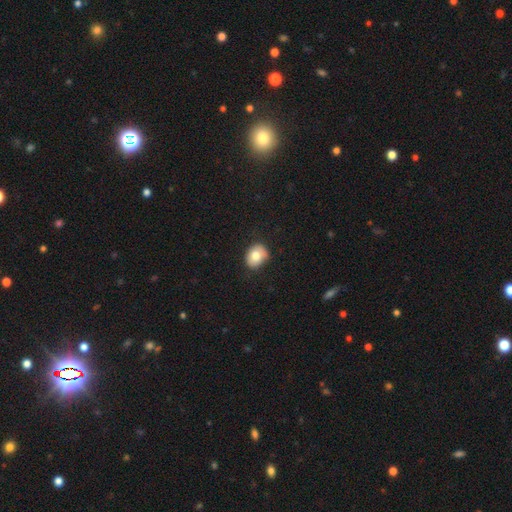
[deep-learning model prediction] Smooth or featured: smooth — 78% (featured or disk — 14%)
How rounded: in between — 55% (round — 44%)
Merging: none — 77% (minor disturbance — 18%)